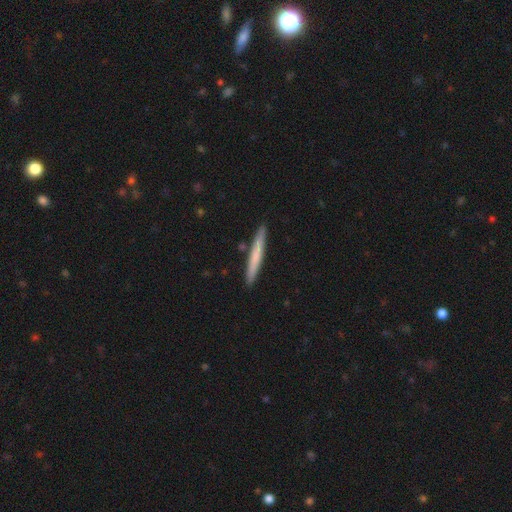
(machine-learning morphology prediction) Smooth or featured?
  - smooth: 65% *
  - featured or disk: 30%
  - star or artifact: 6%
How rounded?
  - cigar-shaped: 97% *
  - in between: 2%
  - round: 1%
Merging?
  - none: 89% *
  - minor disturbance: 7%
  - merger: 2%
  - major disturbance: 1%